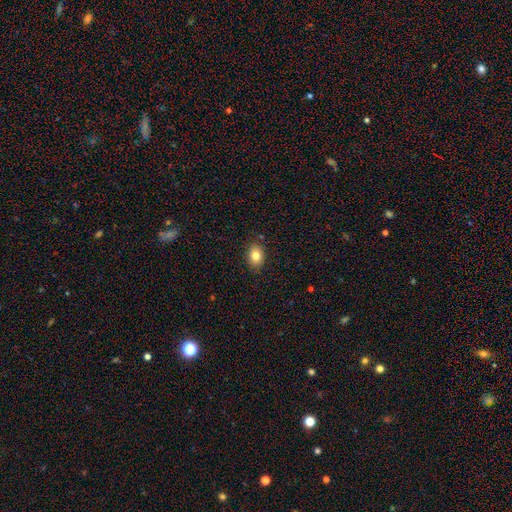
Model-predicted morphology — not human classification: Smooth or featured? smooth (81%)
How rounded? in between (73%)
Merging? none (87%)